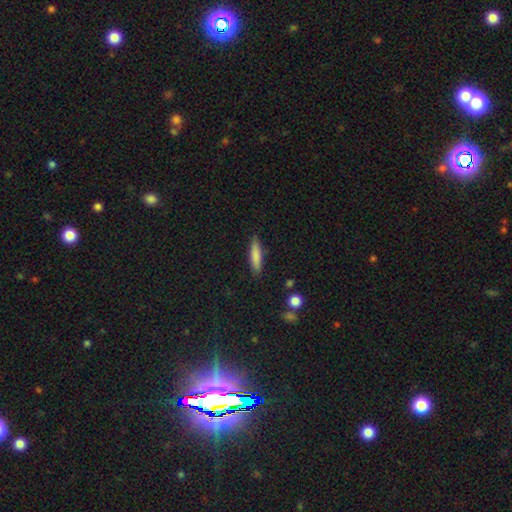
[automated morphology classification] A smooth galaxy with no disk features (80%) that is cigar-shaped (81%). Merging: none (86%).